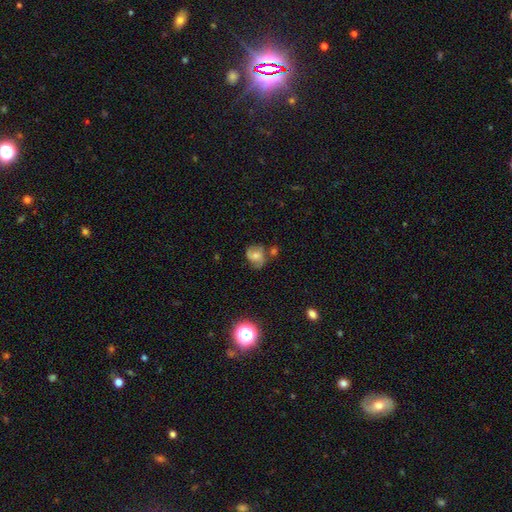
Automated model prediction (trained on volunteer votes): smooth-or-featured: featured or disk: 54% | smooth: 35% | star or artifact: 12%
  disk-edge-on: no: 97% | yes: 3%
    bar: no: 62% | weak: 31% | strong: 7%
    has-spiral-arms: yes: 86% | no: 14%
    bulge-size: moderate: 52% | small: 37% | none: 6% | large: 4% | dominant: 1%
  merging: none: 57% | minor disturbance: 24% | merger: 11% | major disturbance: 9%